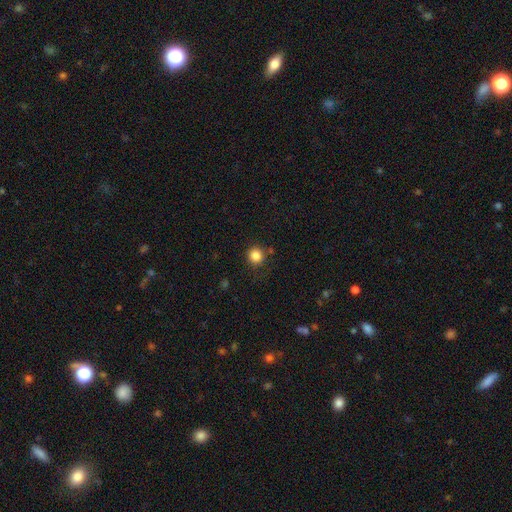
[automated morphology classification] A smooth galaxy with no disk features (85%) that is round (92%).

Vote fractions:
- Smooth or featured? smooth: 85% / star or artifact: 11% / featured or disk: 4%
- How rounded? round: 92% / in between: 7% / cigar-shaped: 1%
- Merging? none: 84% / minor disturbance: 9% / major disturbance: 3% / merger: 3%